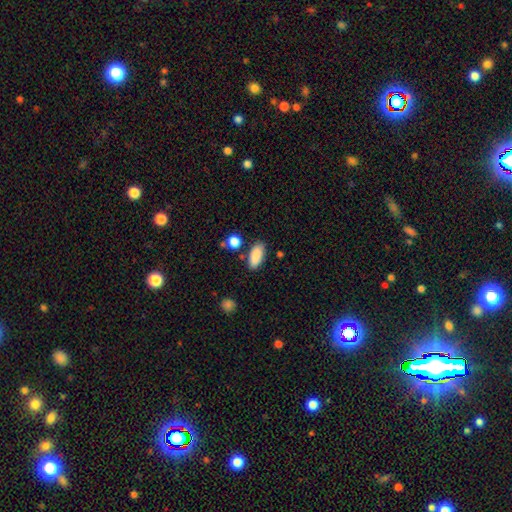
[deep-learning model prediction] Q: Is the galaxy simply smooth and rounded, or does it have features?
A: smooth — 88%.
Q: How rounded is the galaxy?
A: in between — 86%.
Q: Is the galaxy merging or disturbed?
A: none — 81%.